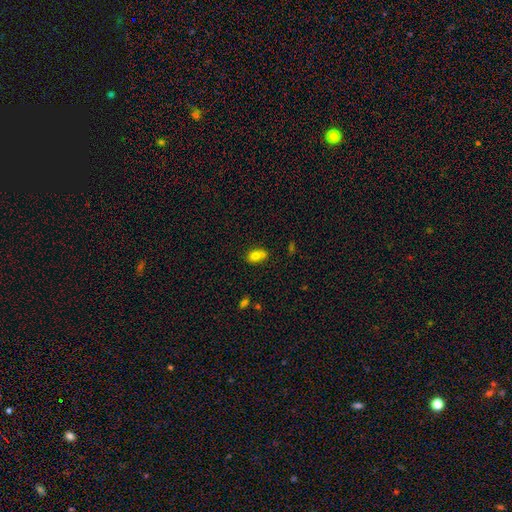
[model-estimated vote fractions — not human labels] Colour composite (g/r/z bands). It shows a smooth galaxy with no disk features (74%) that is in between round and cigar-shaped (55%). Merging: merger (52%).